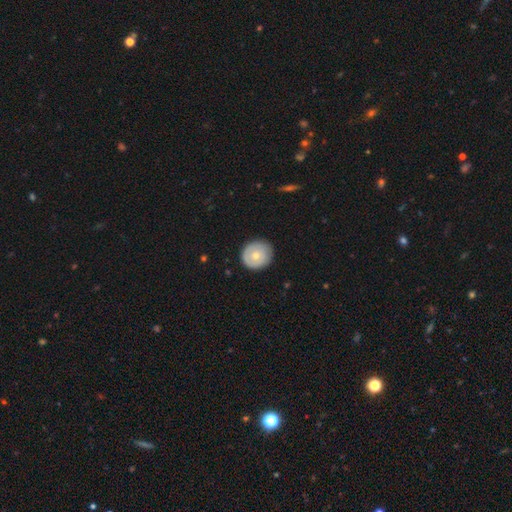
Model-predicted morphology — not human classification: smooth 62%, featured or disk 32%, star or artifact 6%. Down the decision tree: how rounded — round (89%); merging — none (85%).